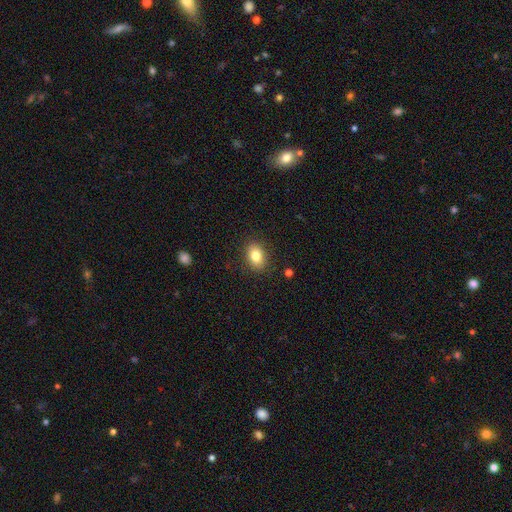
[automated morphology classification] Smooth or featured? Predicted: smooth (p=0.82). How rounded? Predicted: in between (p=0.76). Merging? Predicted: none (p=0.88).